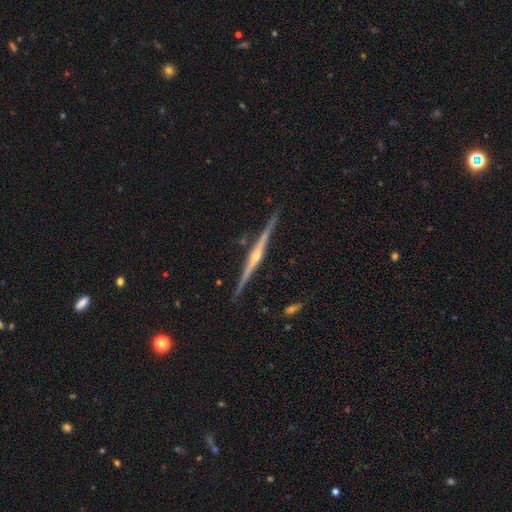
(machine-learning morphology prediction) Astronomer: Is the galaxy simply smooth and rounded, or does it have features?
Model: featured or disk — 88%.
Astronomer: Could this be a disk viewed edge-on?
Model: yes — 99%.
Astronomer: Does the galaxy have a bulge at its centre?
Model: rounded — 85%.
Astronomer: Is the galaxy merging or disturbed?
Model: none — 91%.